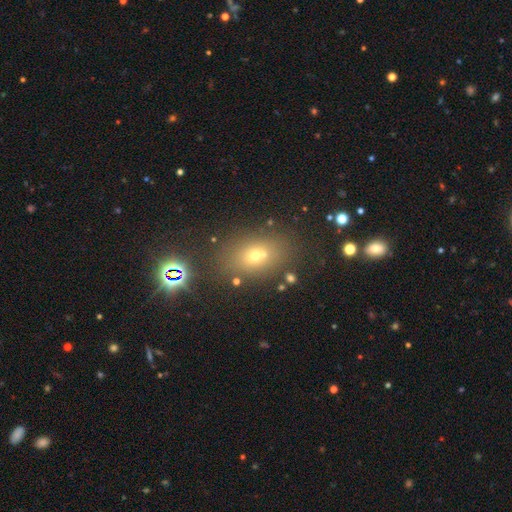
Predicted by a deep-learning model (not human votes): Smooth or featured: smooth — 57% (star or artifact — 26%)
How rounded: in between — 67% (round — 31%)
Merging: none — 72% (merger — 12%)